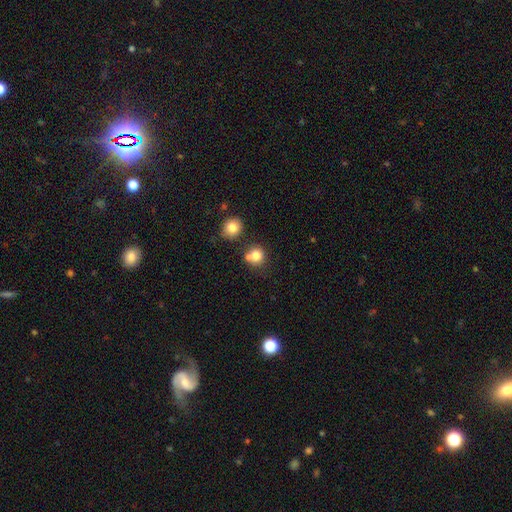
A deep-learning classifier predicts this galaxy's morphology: smooth-or-featured: smooth: 80% | star or artifact: 11% | featured or disk: 8%
  how-rounded: round: 86% | in between: 13% | cigar-shaped: 1%
  merging: none: 59% | merger: 26% | minor disturbance: 12% | major disturbance: 4%